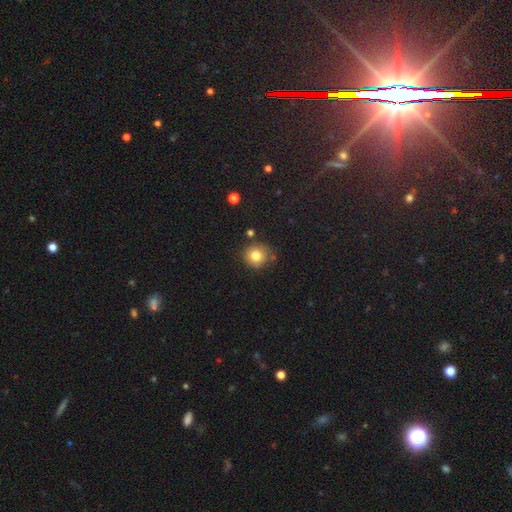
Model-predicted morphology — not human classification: A smooth galaxy with no disk features (80%) that is round (90%). Merging: none (79%).